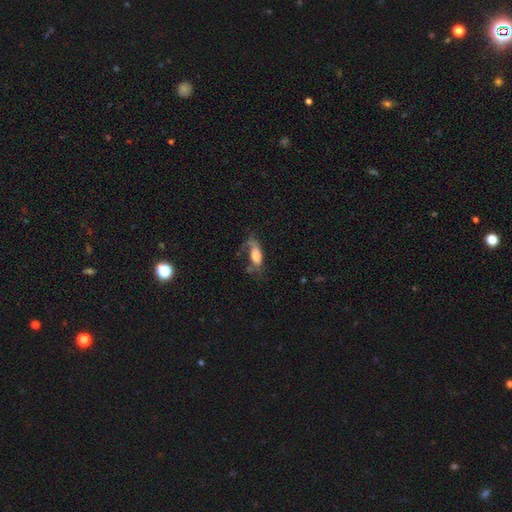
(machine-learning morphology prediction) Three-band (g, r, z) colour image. It shows a smooth galaxy with no disk features (62%) that is in between round and cigar-shaped (80%). Merging: major disturbance (38%).